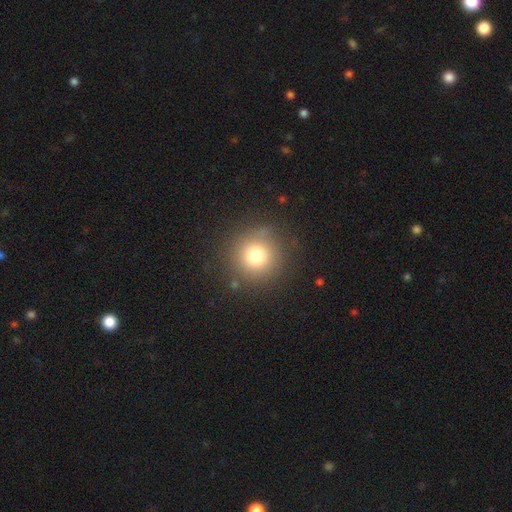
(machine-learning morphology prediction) Smooth or featured? smooth (75%)
How rounded? round (94%)
Merging? none (85%)